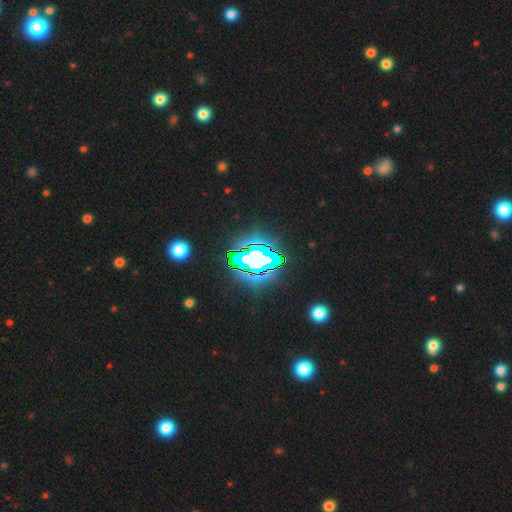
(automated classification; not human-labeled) Overall: star or artifact (66%).